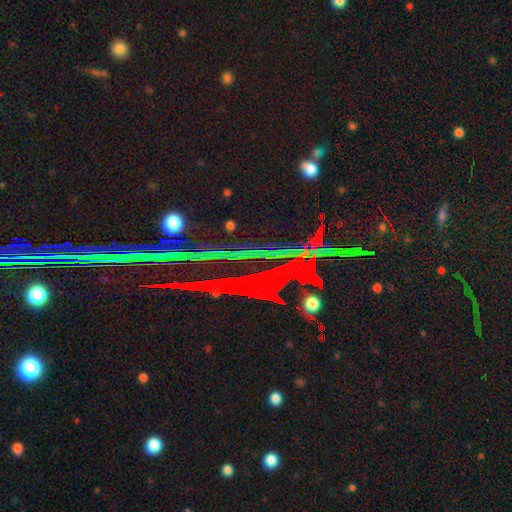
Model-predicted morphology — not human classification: Q: Smooth or featured?
A: star or artifact (83%); runner-up: featured or disk (9%)